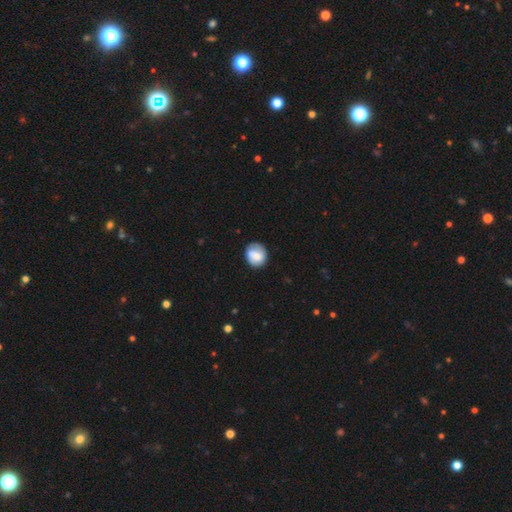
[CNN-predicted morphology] This is likely a smooth galaxy (67%). How rounded: likely round (76%). Merging: likely none (73%).